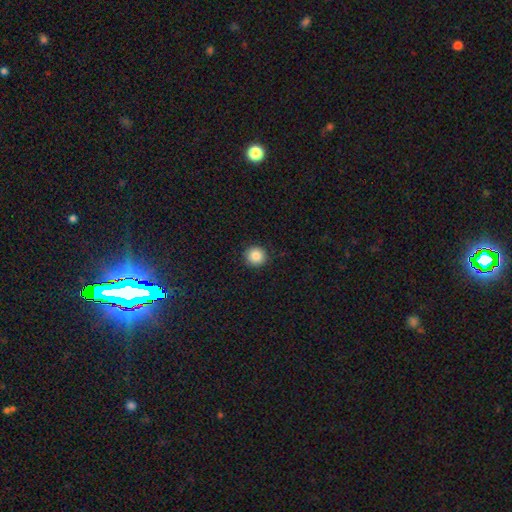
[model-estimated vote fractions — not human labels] Smooth or featured?
  - smooth: 85% *
  - star or artifact: 10%
  - featured or disk: 5%
How rounded?
  - round: 94% *
  - in between: 5%
  - cigar-shaped: 1%
Merging?
  - none: 91% *
  - minor disturbance: 6%
  - major disturbance: 2%
  - merger: 1%